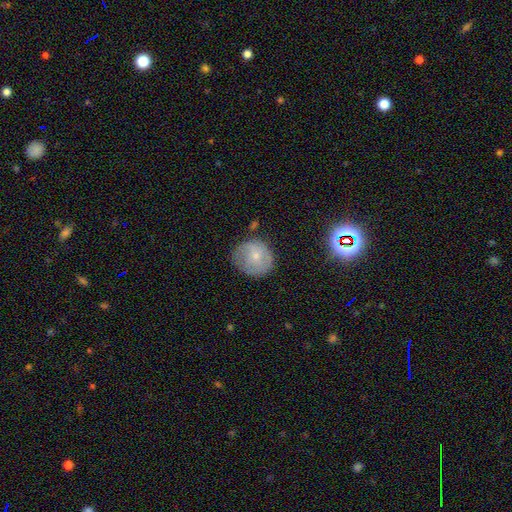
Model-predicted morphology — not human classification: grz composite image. It shows a smooth galaxy with no disk features (63%) that is round (84%). Merging: none (65%).